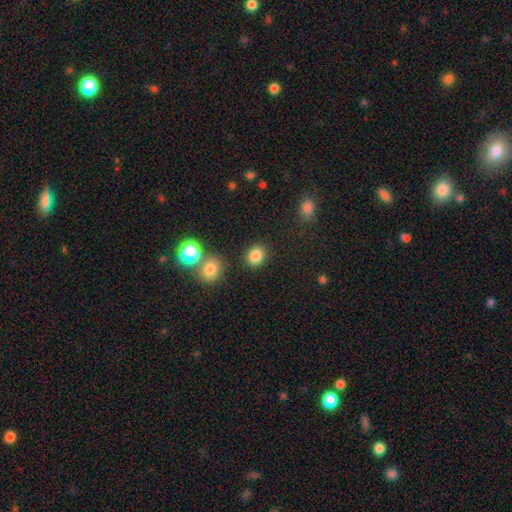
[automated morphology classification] A smooth galaxy with no disk features (84%) that is round (58%). Merging: none (83%).